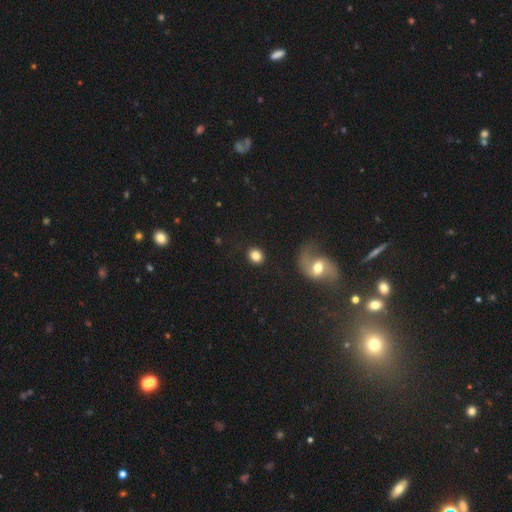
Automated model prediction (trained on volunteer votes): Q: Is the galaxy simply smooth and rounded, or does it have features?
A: smooth — 81%.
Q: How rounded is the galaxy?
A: round — 69%.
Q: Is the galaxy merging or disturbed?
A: none — 86%.